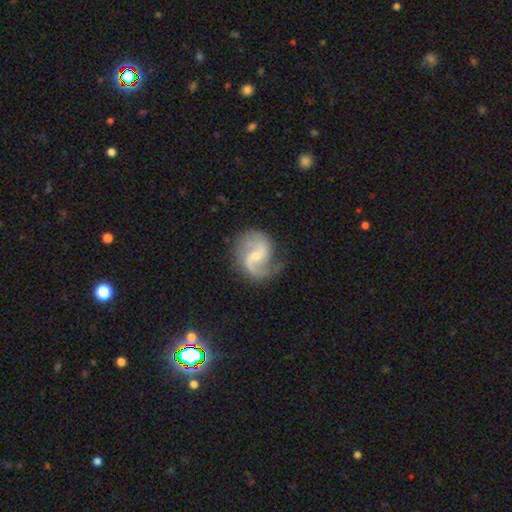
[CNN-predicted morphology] smooth_or_featured: featured or disk (p=0.87) [alt: smooth p=0.08]
disk_edge_on: no (p=0.98) [alt: yes p=0.02]
bar: weak (p=0.54) [alt: no p=0.33]
has_spiral_arms: yes (p=0.97) [alt: no p=0.03]
spiral_winding: medium (p=0.49) [alt: loose p=0.39]
spiral_arm_count: 2 (p=0.88) [alt: 1 p=0.05]
bulge_size: small (p=0.60) [alt: moderate p=0.32]
merging: none (p=0.73) [alt: minor disturbance p=0.17]